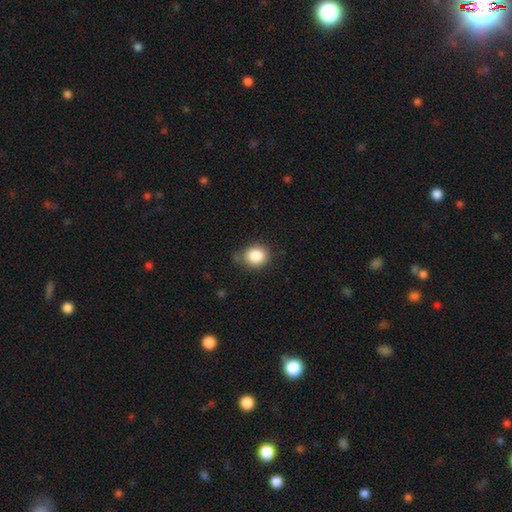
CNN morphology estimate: Smooth or featured? smooth (86%)
How rounded? round (73%)
Merging? none (71%)